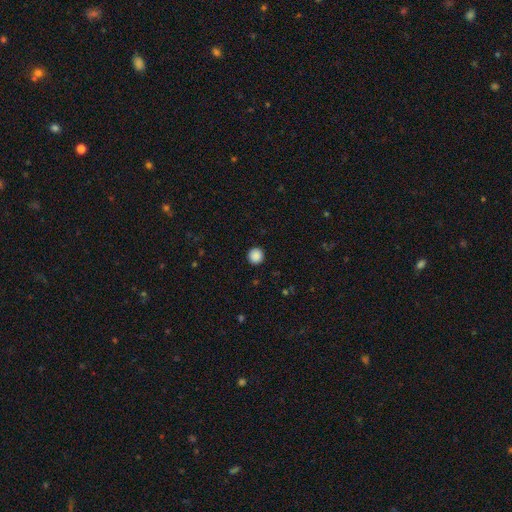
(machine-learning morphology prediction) A smooth galaxy with no disk features (89%) that is round (95%).

Vote fractions:
- Smooth or featured? smooth: 89% / star or artifact: 9% / featured or disk: 2%
- How rounded? round: 95% / in between: 4% / cigar-shaped: 1%
- Merging? none: 93% / minor disturbance: 5% / major disturbance: 2% / merger: 1%